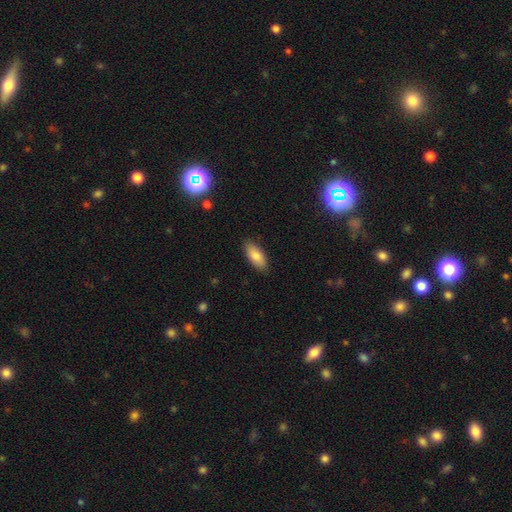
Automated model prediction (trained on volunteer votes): smooth-or-featured: smooth: 82% | featured or disk: 11% | star or artifact: 6%
  how-rounded: in between: 85% | cigar-shaped: 13% | round: 2%
  merging: none: 87% | minor disturbance: 10% | major disturbance: 2% | merger: 1%